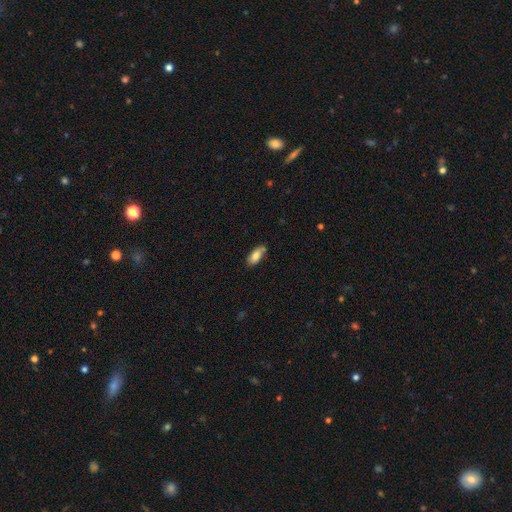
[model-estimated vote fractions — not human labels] smooth 80%, featured or disk 13%, star or artifact 7%. Down the decision tree: how rounded — in between (87%); merging — none (68%).